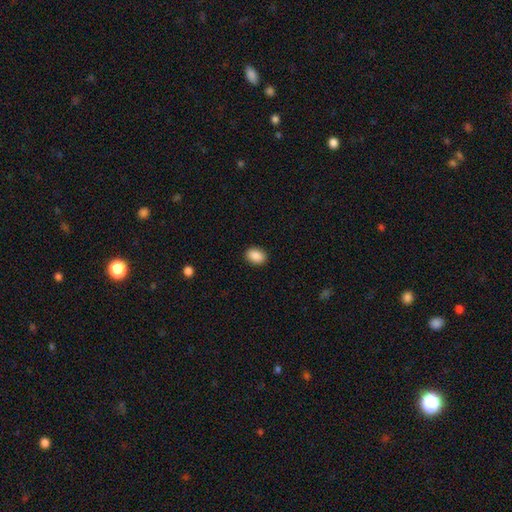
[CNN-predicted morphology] A smooth galaxy with no disk features (90%) that is in between round and cigar-shaped (80%).

Vote fractions:
- Smooth or featured? smooth: 90% / star or artifact: 7% / featured or disk: 3%
- How rounded? in between: 80% / round: 19% / cigar-shaped: 1%
- Merging? none: 91% / minor disturbance: 6% / major disturbance: 2% / merger: 1%